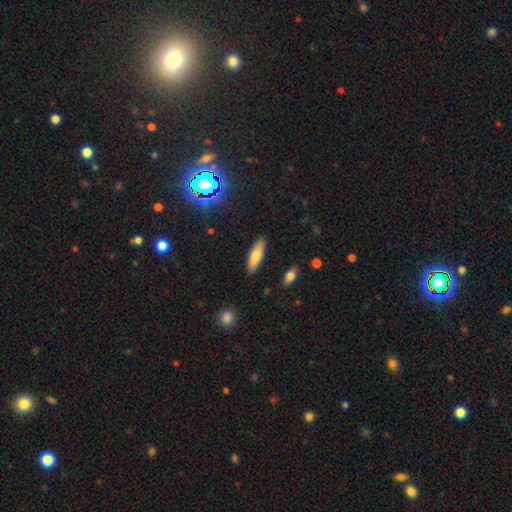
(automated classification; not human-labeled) smooth-or-featured: smooth: 76% | featured or disk: 17% | star or artifact: 8%
  how-rounded: in between: 52% | cigar-shaped: 46% | round: 2%
  merging: none: 88% | minor disturbance: 9% | major disturbance: 2% | merger: 2%